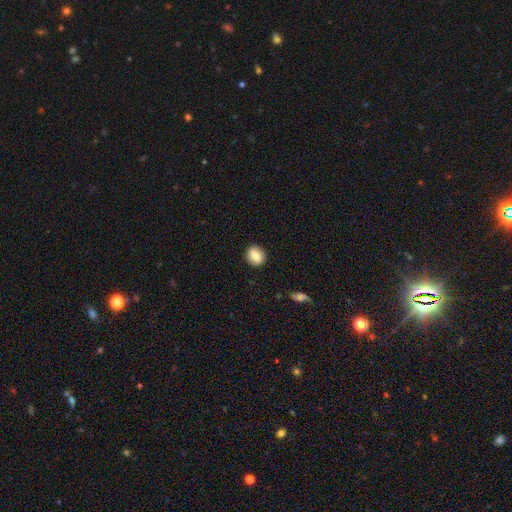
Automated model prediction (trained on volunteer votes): A smooth galaxy with no disk features (76%) that is round (65%). Merging: none (89%).